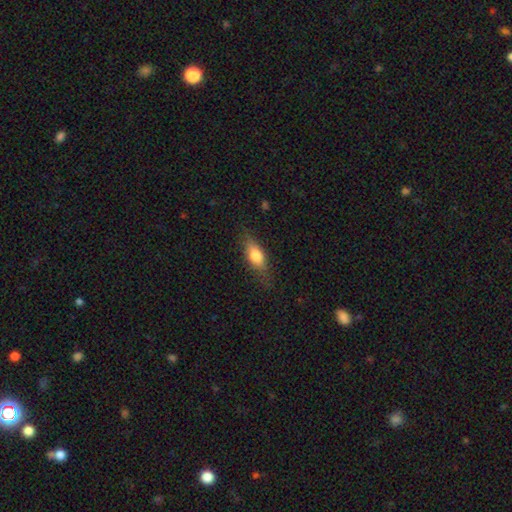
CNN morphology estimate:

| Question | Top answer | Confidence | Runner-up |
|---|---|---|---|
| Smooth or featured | smooth | 73% | featured or disk (20%) |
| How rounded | in between | 73% | cigar-shaped (23%) |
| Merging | none | 74% | minor disturbance (20%) |